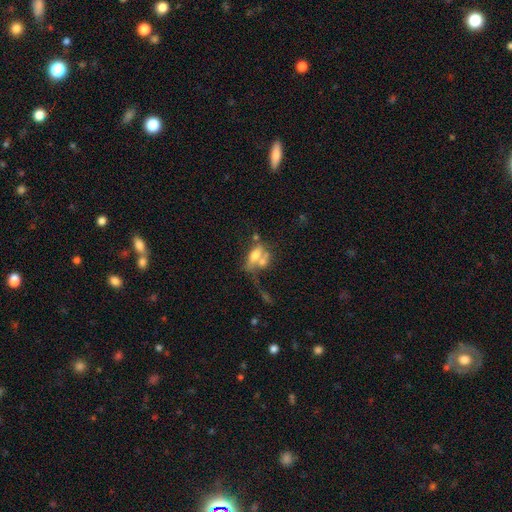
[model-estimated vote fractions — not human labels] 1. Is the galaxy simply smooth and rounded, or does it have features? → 53% smooth, 36% featured or disk, 11% star or artifact.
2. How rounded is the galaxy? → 73% in between, 19% cigar-shaped, 9% round.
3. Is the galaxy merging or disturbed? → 50% merger, 22% none, 17% major disturbance, 11% minor disturbance.